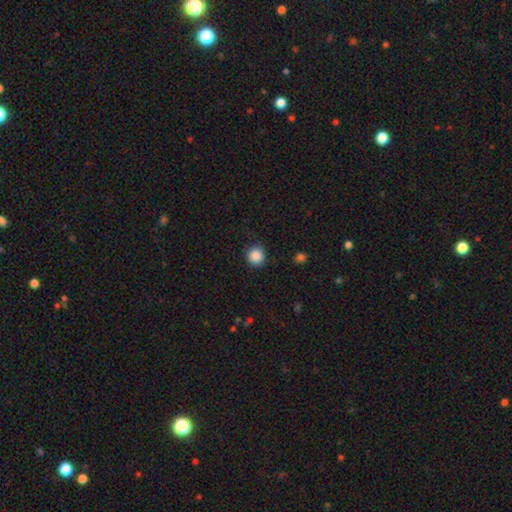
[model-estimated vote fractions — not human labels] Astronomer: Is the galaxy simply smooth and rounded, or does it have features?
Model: smooth — 87%.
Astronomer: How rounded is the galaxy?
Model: round — 91%.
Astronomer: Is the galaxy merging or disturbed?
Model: none — 87%.